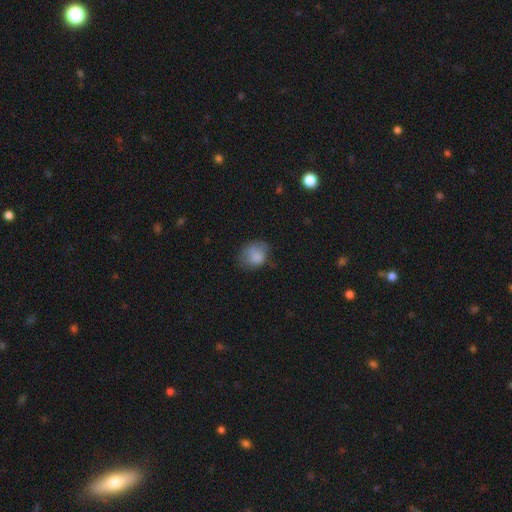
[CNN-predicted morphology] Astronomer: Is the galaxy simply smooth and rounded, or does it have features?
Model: smooth — 78%.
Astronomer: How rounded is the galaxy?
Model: round — 54% (runner-up: in between, 45%).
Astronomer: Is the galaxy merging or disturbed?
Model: none — 50% (runner-up: minor disturbance, 32%).